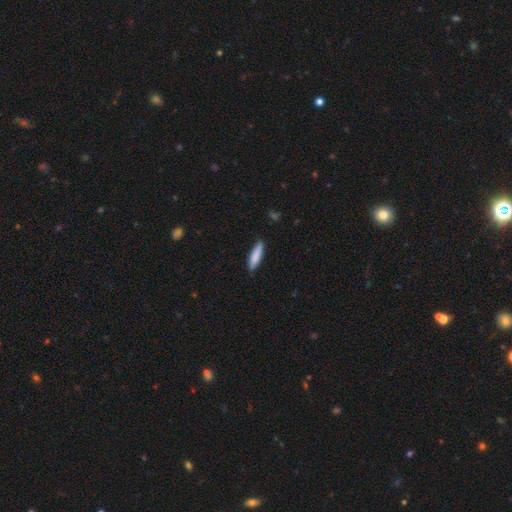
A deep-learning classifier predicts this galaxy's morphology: A smooth galaxy with no disk features (84%) that is cigar-shaped (73%).

Vote fractions:
- Smooth or featured? smooth: 84% / featured or disk: 10% / star or artifact: 5%
- How rounded? cigar-shaped: 73% / in between: 26% / round: 1%
- Merging? none: 86% / minor disturbance: 11% / major disturbance: 2% / merger: 1%